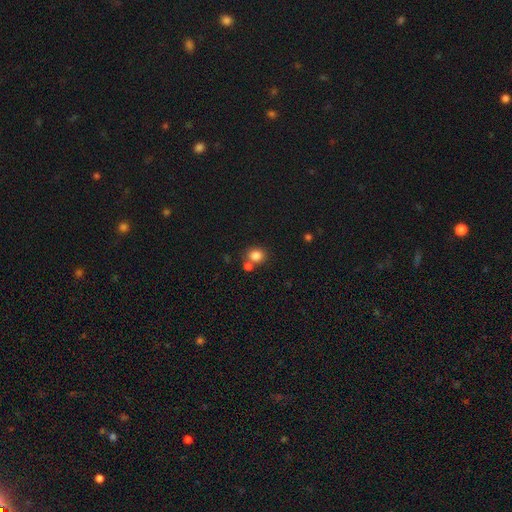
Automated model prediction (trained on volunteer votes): A smooth galaxy with no disk features (83%) that is round (77%). Merging: none (62%).